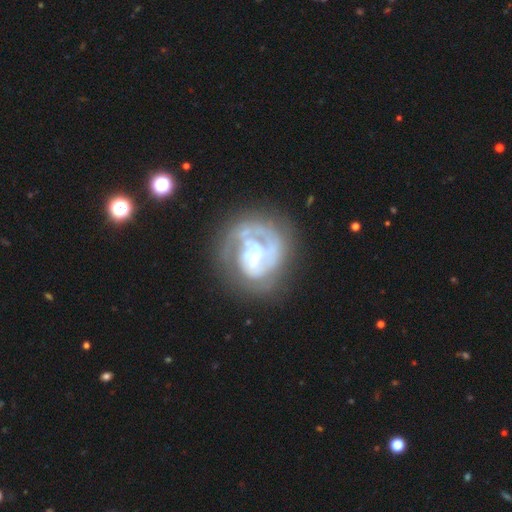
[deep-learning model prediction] Smooth or featured?
  - featured or disk: 77% *
  - smooth: 16%
  - star or artifact: 7%
Edge-on disk?
  - no: 98% *
  - yes: 2%
Bar?
  - no: 51% *
  - weak: 34%
  - strong: 15%
Spiral arms?
  - yes: 71% *
  - no: 29%
Spiral winding?
  - tight: 52% *
  - medium: 31%
  - loose: 17%
Spiral arm count?
  - can't tell: 32% * (tied)
  - 1: 32% * (tied)
  - 2: 19%
  - 3: 11%
  - 4: 4%
  - more than 4: 3%
Bulge size?
  - none: 40% *
  - small: 25%
  - moderate: 22%
  - large: 10%
  - dominant: 2%
Merging?
  - none: 49% *
  - major disturbance: 27%
  - minor disturbance: 18%
  - merger: 6%